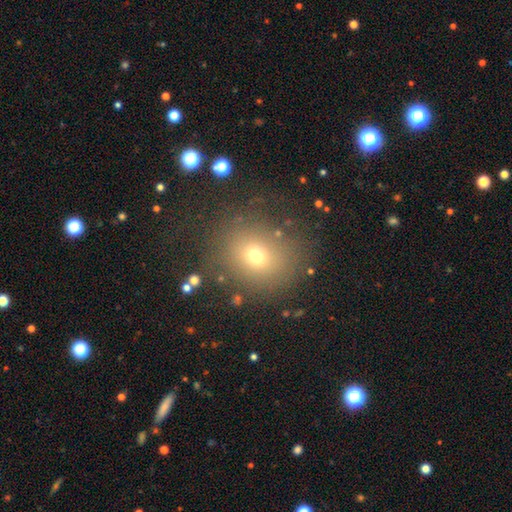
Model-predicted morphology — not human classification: Smooth or featured? Predicted: smooth (p=0.65). How rounded? Predicted: round (p=0.78). Merging? Predicted: none (p=0.79).